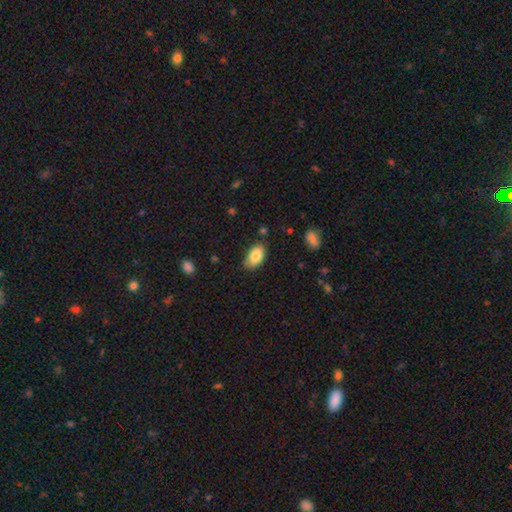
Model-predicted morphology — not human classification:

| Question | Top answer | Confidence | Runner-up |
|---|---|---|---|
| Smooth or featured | smooth | 83% | featured or disk (9%) |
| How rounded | in between | 93% | round (6%) |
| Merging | none | 73% | minor disturbance (21%) |